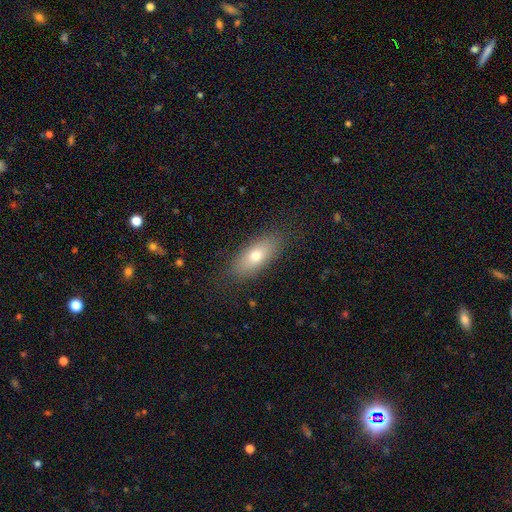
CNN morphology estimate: Smooth or featured? smooth (71%)
How rounded? in between (76%)
Merging? none (84%)